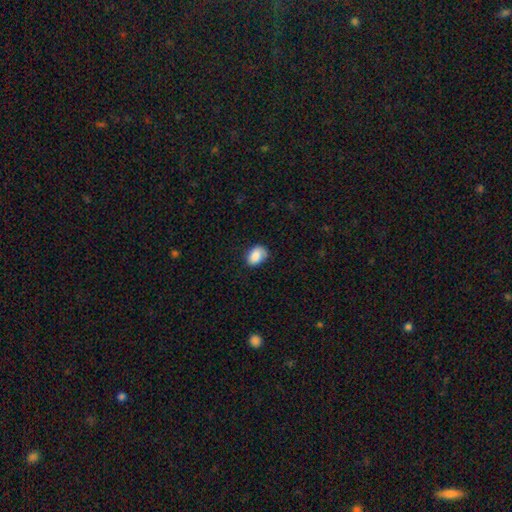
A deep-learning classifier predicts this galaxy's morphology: smooth 87%, star or artifact 8%, featured or disk 6%. Down the decision tree: how rounded — in between (75%); merging — none (73%).